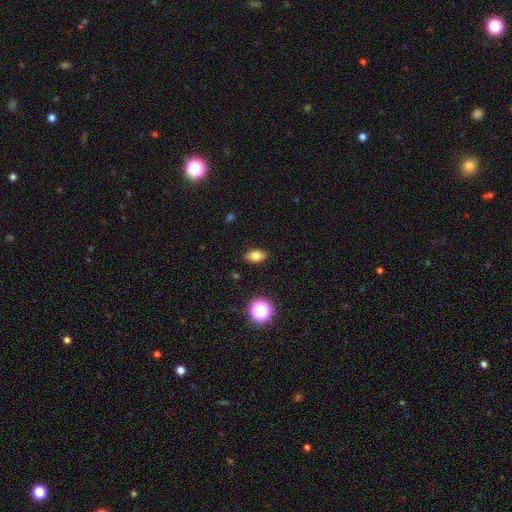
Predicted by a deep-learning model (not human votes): smooth 79%, star or artifact 12%, featured or disk 9%. Down the decision tree: how rounded — in between (86%); merging — none (88%).